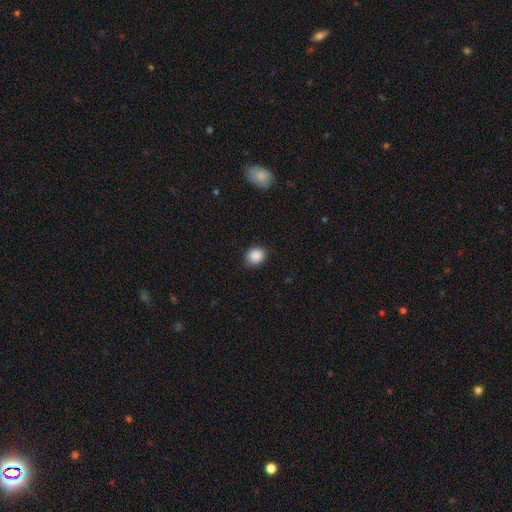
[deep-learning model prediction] The model was most divided on "how rounded": round: 61%, in between: 38%, cigar-shaped: 1%. More confident: smooth or featured — smooth (88%); merging — none (79%).